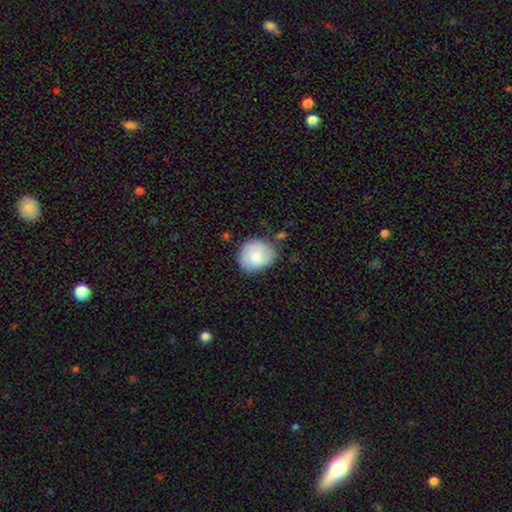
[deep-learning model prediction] smooth-or-featured: smooth: 66% | featured or disk: 27% | star or artifact: 7%
  how-rounded: round: 68% | in between: 31% | cigar-shaped: 1%
  merging: none: 69% | minor disturbance: 22% | major disturbance: 6% | merger: 3%